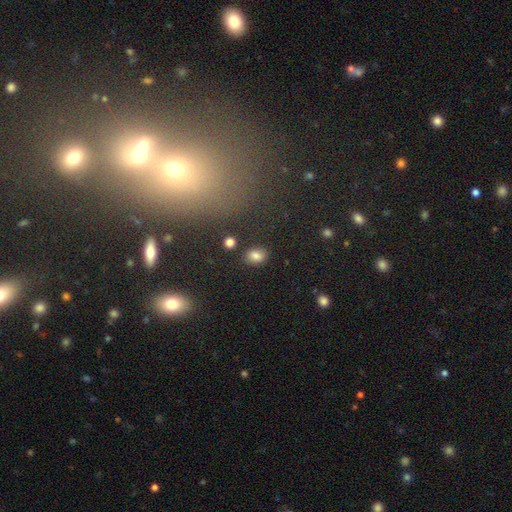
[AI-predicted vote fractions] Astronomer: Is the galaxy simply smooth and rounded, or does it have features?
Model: smooth — 82%.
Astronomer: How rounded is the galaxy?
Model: in between — 68%.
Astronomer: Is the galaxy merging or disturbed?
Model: none — 82%.